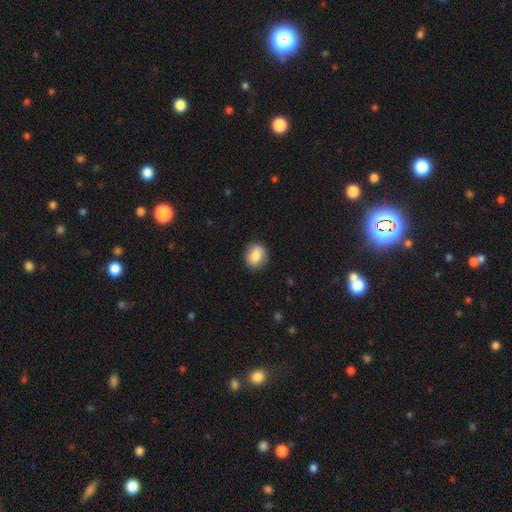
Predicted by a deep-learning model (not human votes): The model was most divided on "how rounded": round: 68%, in between: 31%, cigar-shaped: 1%. More confident: merging — none (87%); smooth or featured — smooth (83%).